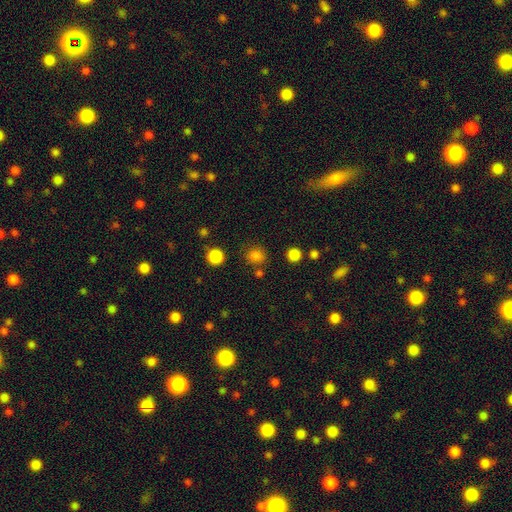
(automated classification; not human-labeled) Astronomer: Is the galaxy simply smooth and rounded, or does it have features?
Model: smooth — 81%.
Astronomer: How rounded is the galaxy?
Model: round — 86%.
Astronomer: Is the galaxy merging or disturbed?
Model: none — 82%.